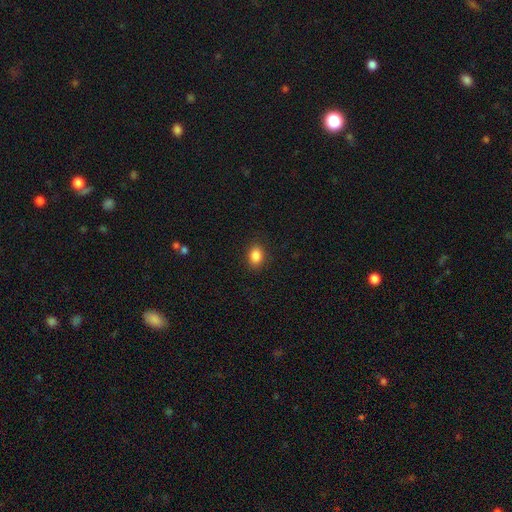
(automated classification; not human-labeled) Overall: smooth (87%). How rounded: in between (73%). Merging: none (88%).